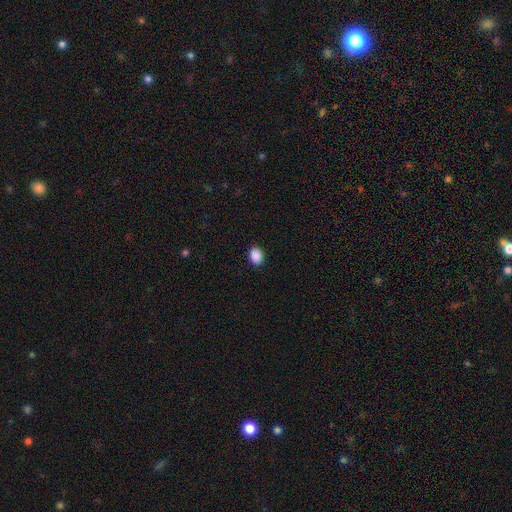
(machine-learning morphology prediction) Q: Smooth or featured?
A: smooth (89%); runner-up: star or artifact (8%)
Q: How rounded?
A: in between (63%); runner-up: round (36%)
Q: Merging?
A: none (89%); runner-up: minor disturbance (8%)